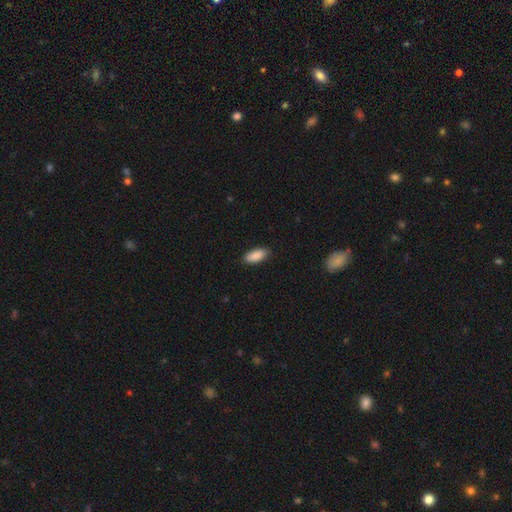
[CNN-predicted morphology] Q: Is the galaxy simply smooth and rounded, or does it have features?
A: smooth — 89%.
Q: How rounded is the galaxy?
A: in between — 86%.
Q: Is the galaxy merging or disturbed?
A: none — 87%.